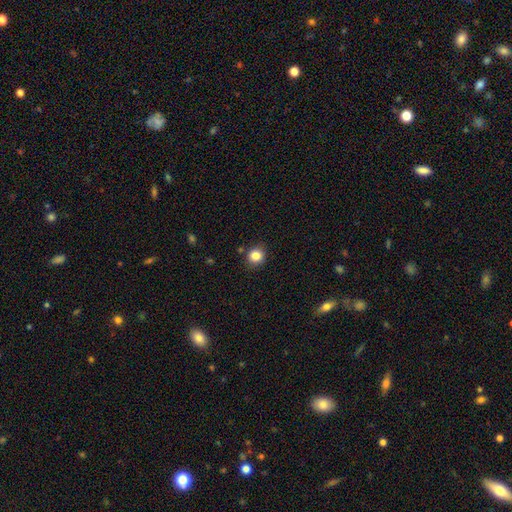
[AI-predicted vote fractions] Overall: smooth (83%). How rounded: round (86%). Merging: none (87%).